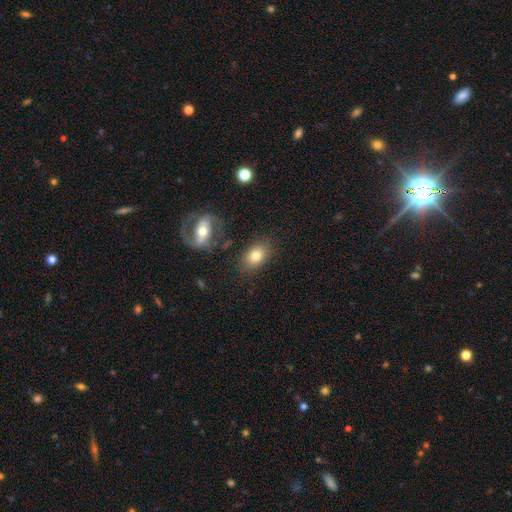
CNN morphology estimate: A smooth galaxy with no disk features (76%) that is in between round and cigar-shaped (81%).

Vote fractions:
- Smooth or featured? smooth: 76% / featured or disk: 15% / star or artifact: 9%
- How rounded? in between: 81% / round: 17% / cigar-shaped: 1%
- Merging? none: 77% / minor disturbance: 12% / merger: 6% / major disturbance: 4%